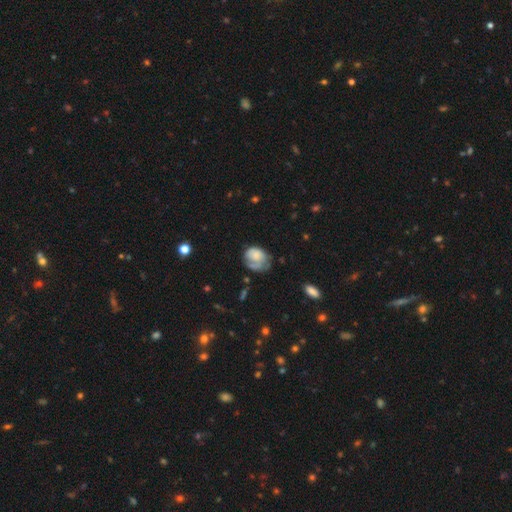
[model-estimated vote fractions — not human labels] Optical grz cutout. It shows a smooth galaxy with no disk features (55%) that is in between round and cigar-shaped (58%). Merging: none (36%).